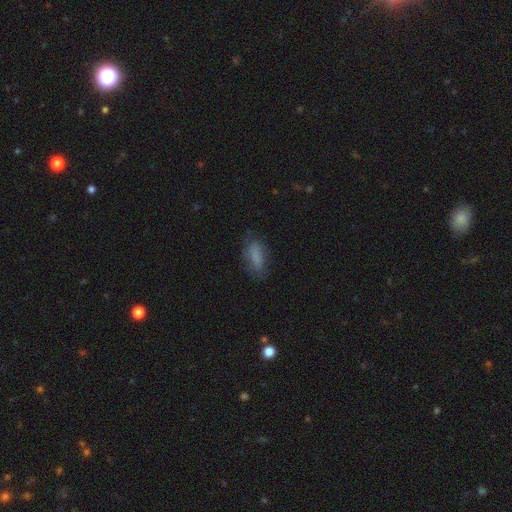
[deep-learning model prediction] Overall: smooth (76%). How rounded: in between (80%). Merging: none (66%).